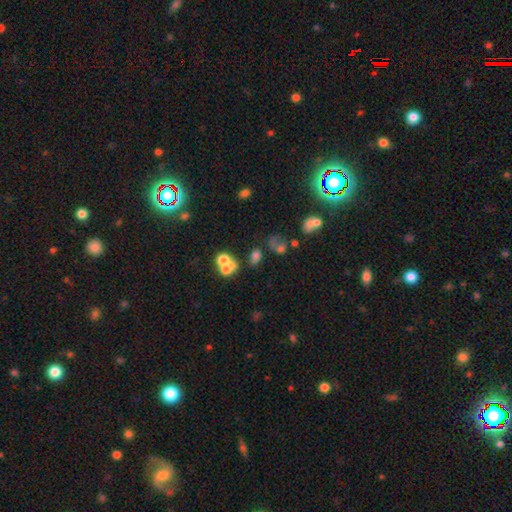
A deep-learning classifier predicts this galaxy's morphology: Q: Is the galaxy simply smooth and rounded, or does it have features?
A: smooth — 45%.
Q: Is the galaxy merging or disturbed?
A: none — 46%.